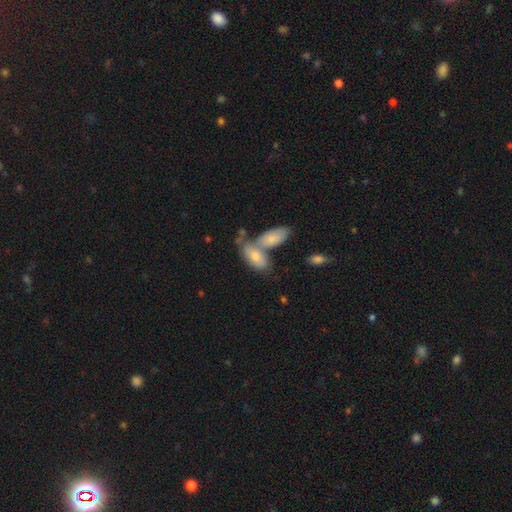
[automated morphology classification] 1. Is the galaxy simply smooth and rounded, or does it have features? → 68% smooth, 24% featured or disk, 8% star or artifact.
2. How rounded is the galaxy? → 88% in between, 9% cigar-shaped, 3% round.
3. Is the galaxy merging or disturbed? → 44% merger, 39% none, 13% minor disturbance, 5% major disturbance.